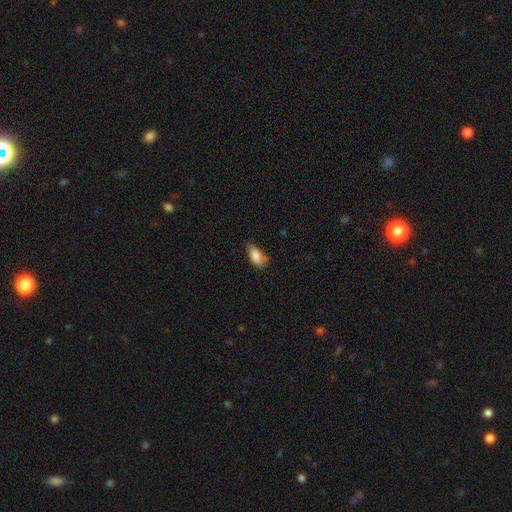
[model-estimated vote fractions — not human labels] This is clearly a smooth galaxy (82%). How rounded: clearly in between (88%). Merging: possibly none (52%).